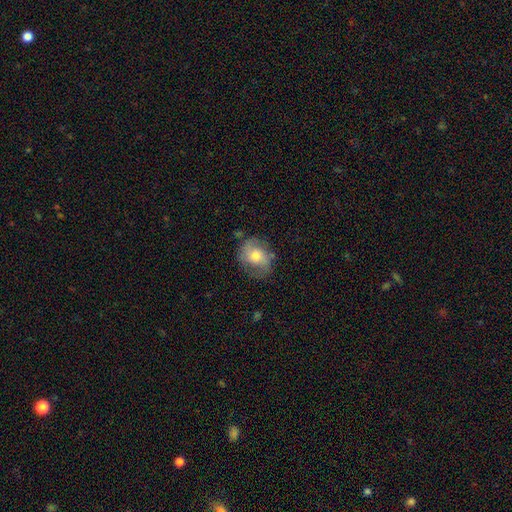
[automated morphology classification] Smooth or featured: featured or disk — 47% (smooth — 44%)
Merging: none — 63% (minor disturbance — 24%)